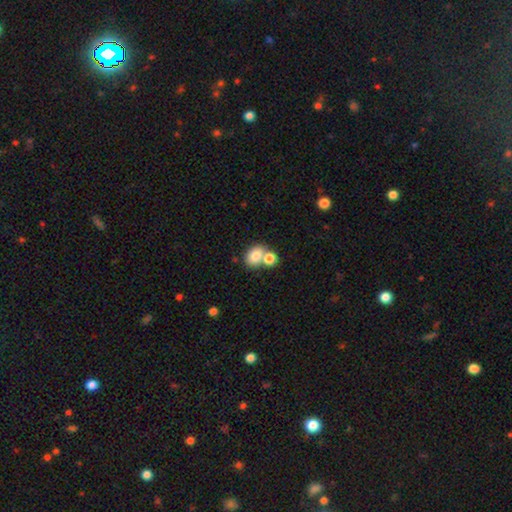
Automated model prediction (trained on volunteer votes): smooth-or-featured: smooth: 78% | featured or disk: 12% | star or artifact: 10%
  how-rounded: in between: 54% | round: 45% | cigar-shaped: 1%
  merging: merger: 48% | none: 41% | minor disturbance: 8% | major disturbance: 3%